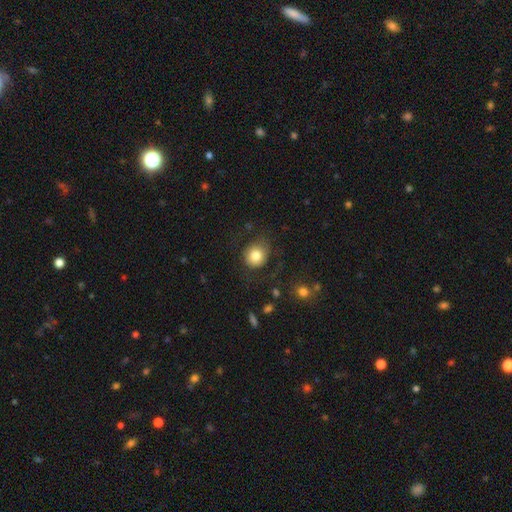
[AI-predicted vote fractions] A smooth galaxy with no disk features (81%) that is round (78%).

Vote fractions:
- Smooth or featured? smooth: 81% / featured or disk: 10% / star or artifact: 9%
- How rounded? round: 78% / in between: 21% / cigar-shaped: 1%
- Merging? none: 70% / minor disturbance: 17% / major disturbance: 11% / merger: 2%